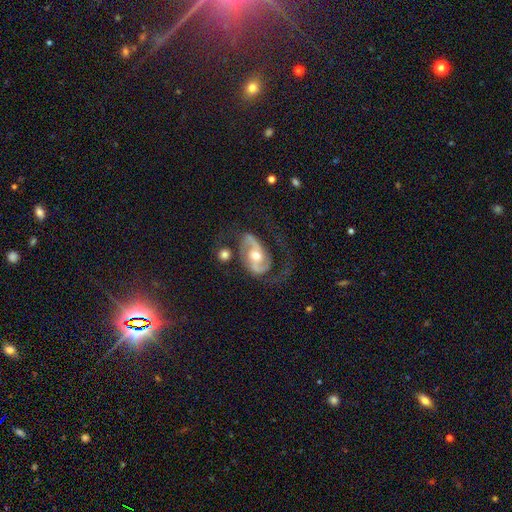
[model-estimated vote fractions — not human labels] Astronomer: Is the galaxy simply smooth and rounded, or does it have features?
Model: featured or disk — 87%.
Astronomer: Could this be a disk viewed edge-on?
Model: no — 97%.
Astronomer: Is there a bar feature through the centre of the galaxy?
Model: no — 41% (runner-up: weak, 36%).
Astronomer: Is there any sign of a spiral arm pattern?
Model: yes — 95%.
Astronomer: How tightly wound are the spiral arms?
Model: medium — 50% (runner-up: loose, 29%).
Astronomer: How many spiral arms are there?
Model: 2 — 88%.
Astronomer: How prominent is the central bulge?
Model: moderate — 75%.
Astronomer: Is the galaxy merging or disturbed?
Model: none — 55%.